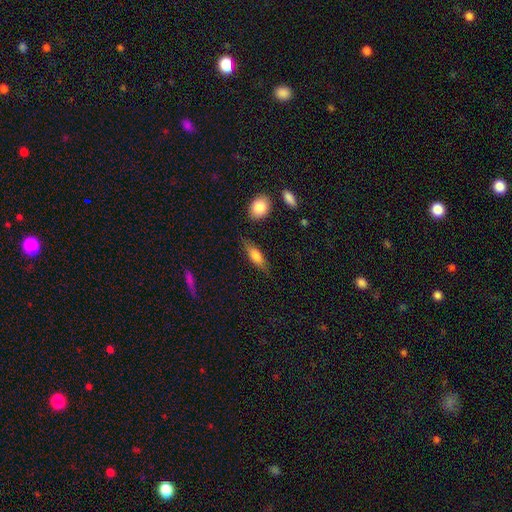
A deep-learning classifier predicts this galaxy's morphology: Smooth or featured?
  - smooth: 64% *
  - featured or disk: 28%
  - star or artifact: 7%
How rounded?
  - in between: 53% *
  - cigar-shaped: 43%
  - round: 4%
Merging?
  - none: 77% *
  - minor disturbance: 16%
  - major disturbance: 5%
  - merger: 3%